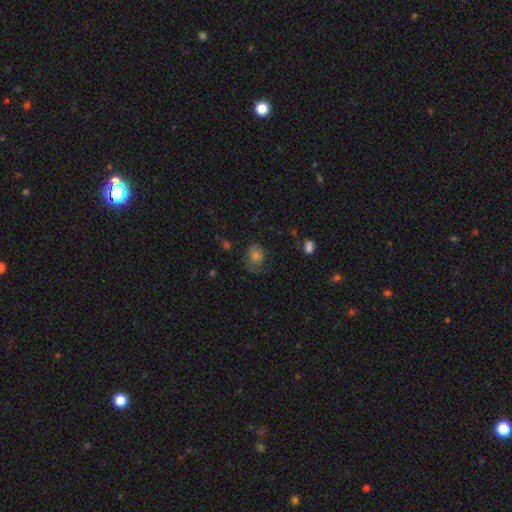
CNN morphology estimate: Smooth or featured: smooth — 63% (featured or disk — 21%)
How rounded: round — 58% (in between — 41%)
Merging: none — 52% (minor disturbance — 25%)